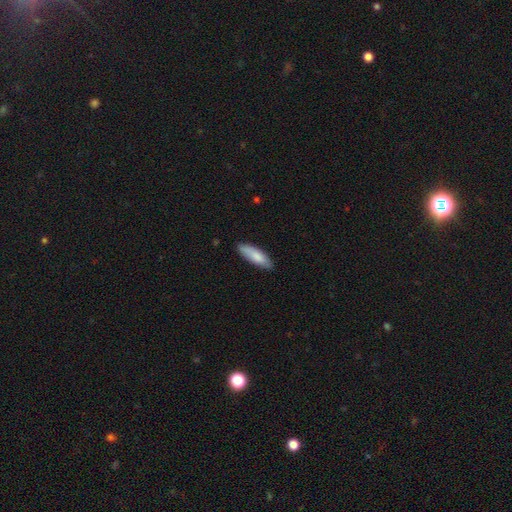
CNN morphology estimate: Smooth or featured: smooth — 82% (featured or disk — 12%)
How rounded: cigar-shaped — 50% (in between — 49%)
Merging: none — 82% (minor disturbance — 15%)